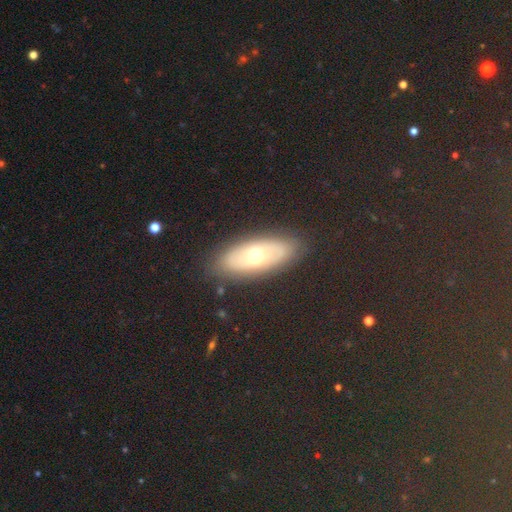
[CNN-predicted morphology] This appears to be a featured or disk galaxy (45%). Merging: none (87%).